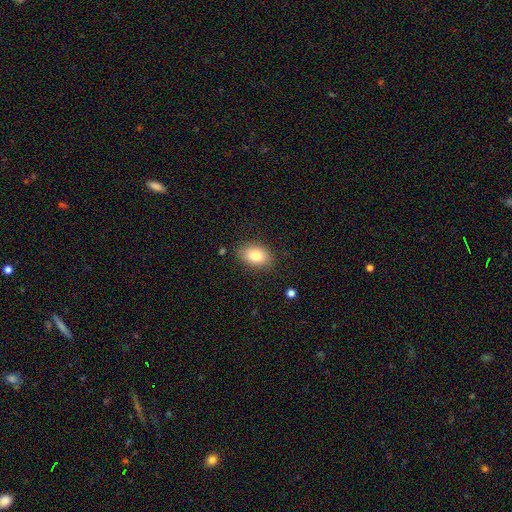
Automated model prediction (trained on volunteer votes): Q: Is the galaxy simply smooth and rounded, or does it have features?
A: smooth — 83%.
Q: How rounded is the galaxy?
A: in between — 85%.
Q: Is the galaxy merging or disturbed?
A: none — 84%.